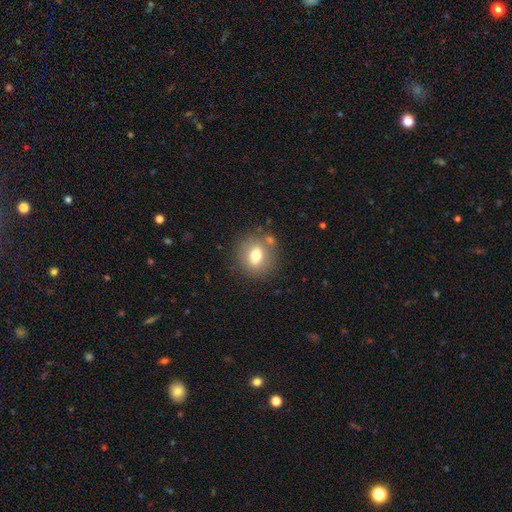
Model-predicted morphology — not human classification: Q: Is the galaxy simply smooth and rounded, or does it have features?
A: smooth — 70%.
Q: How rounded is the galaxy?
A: round — 65%.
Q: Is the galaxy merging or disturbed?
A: none — 78%.